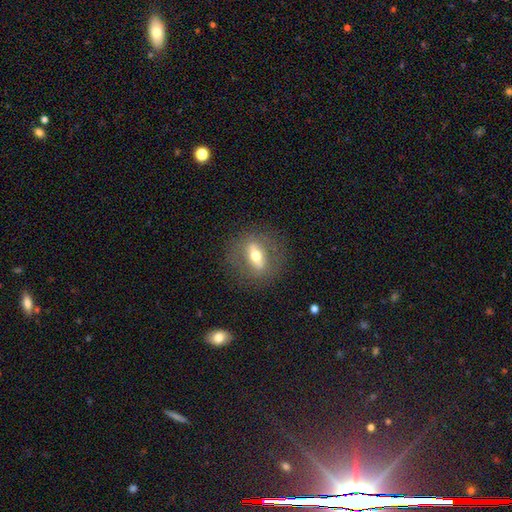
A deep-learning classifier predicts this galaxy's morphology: This is possibly a featured or disk galaxy (55%). It is possibly not viewed edge-on (60%). Merging: clearly none (81%).